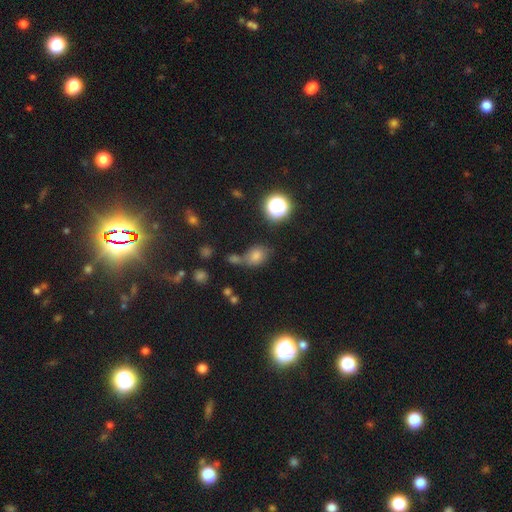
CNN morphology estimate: A smooth galaxy with no disk features (68%) that is in between round and cigar-shaped (53%). Merging: none (59%).